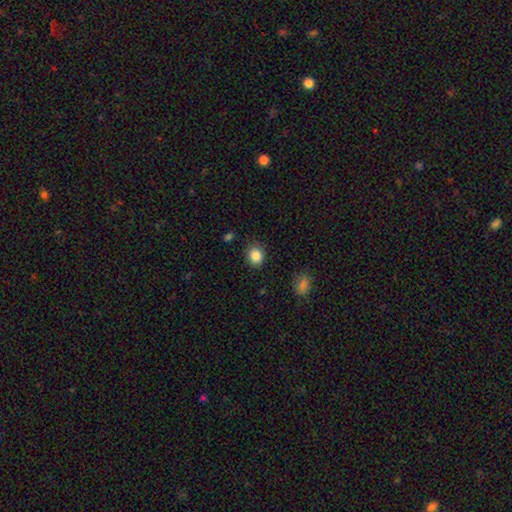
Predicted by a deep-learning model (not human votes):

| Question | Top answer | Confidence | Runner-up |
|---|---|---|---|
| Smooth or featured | smooth | 86% | star or artifact (9%) |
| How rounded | round | 68% | in between (31%) |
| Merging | none | 85% | minor disturbance (11%) |